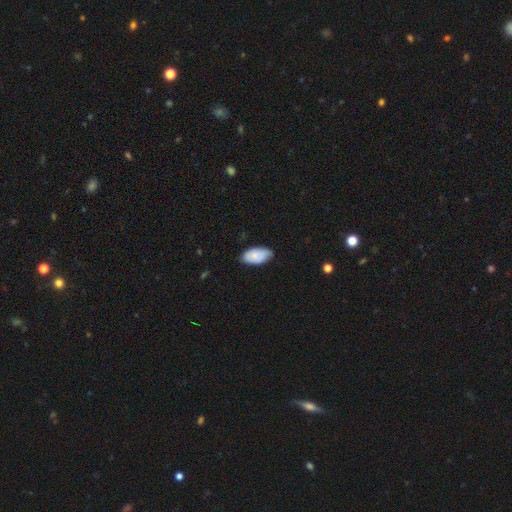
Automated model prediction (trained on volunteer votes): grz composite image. It shows a smooth galaxy with no disk features (77%) that is in between round and cigar-shaped (95%). Merging: none (74%).